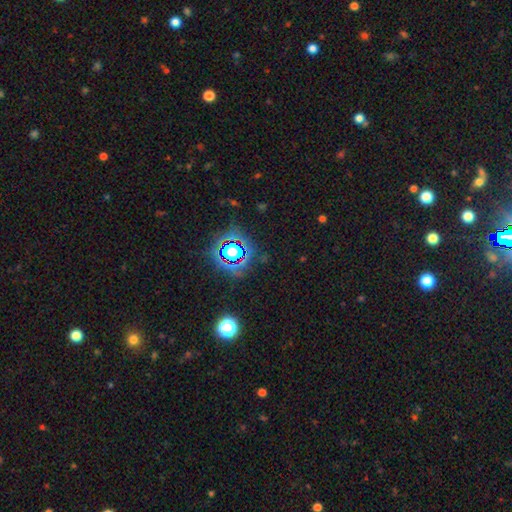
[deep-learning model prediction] Smooth or featured: star or artifact — 79% (smooth — 13%)